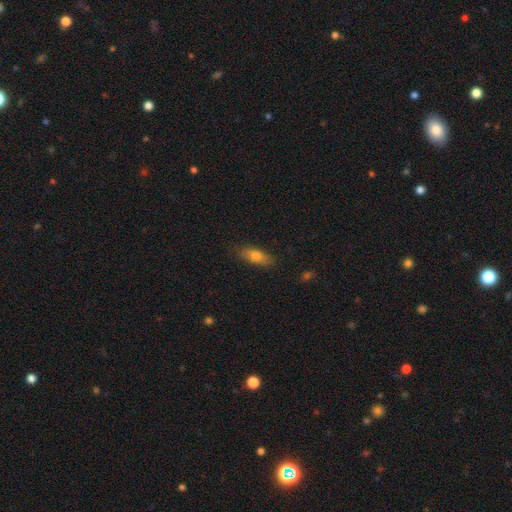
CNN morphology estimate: This appears to be a smooth galaxy with no disk features (75%) that is in between round and cigar-shaped (66%). Merging: none (83%).